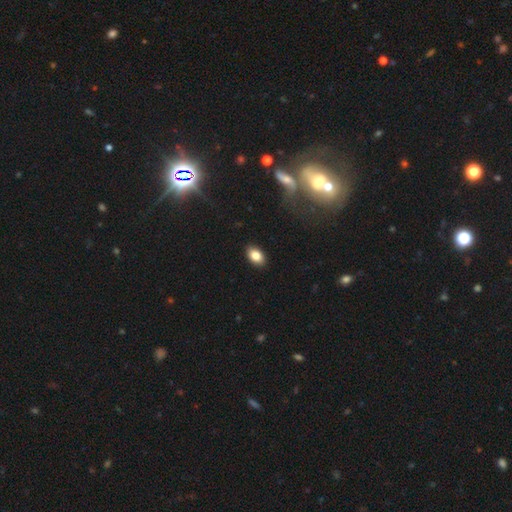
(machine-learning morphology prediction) smooth-or-featured: smooth: 84% | star or artifact: 9% | featured or disk: 7%
  how-rounded: in between: 88% | round: 11% | cigar-shaped: 1%
  merging: none: 89% | minor disturbance: 8% | major disturbance: 2% | merger: 1%